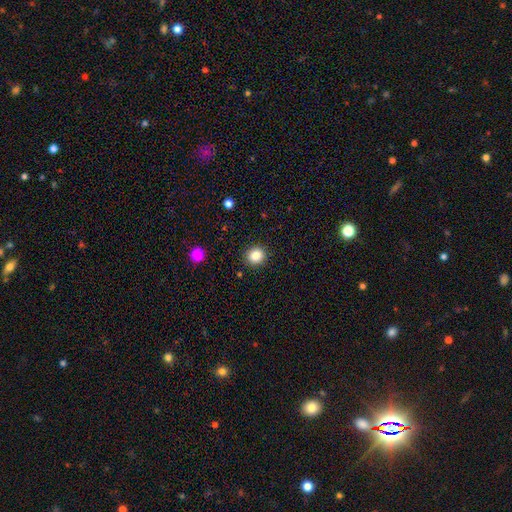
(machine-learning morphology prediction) A smooth galaxy with no disk features (84%) that is round (87%). Merging: none (91%).